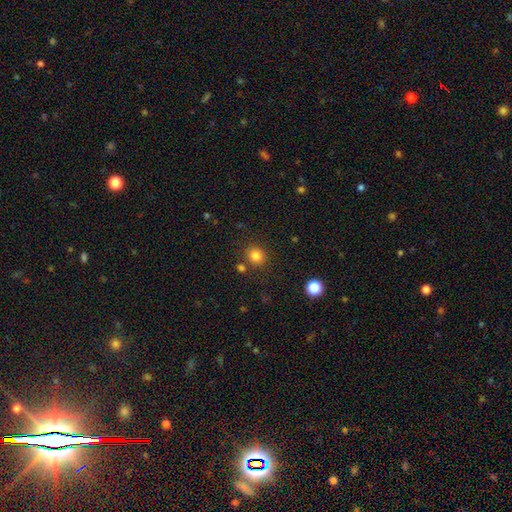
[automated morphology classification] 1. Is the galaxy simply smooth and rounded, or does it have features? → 82% smooth, 12% star or artifact, 5% featured or disk.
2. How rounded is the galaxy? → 78% round, 21% in between, 1% cigar-shaped.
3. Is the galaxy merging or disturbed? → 83% none, 8% minor disturbance, 6% merger, 3% major disturbance.